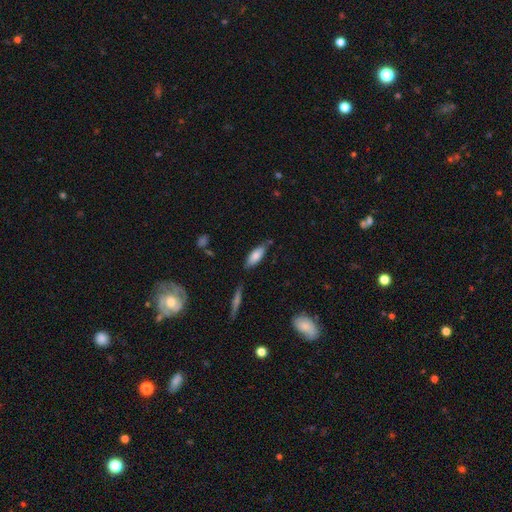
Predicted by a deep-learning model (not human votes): smooth 78%, featured or disk 15%, star or artifact 7%. Down the decision tree: how rounded — in between (72%); merging — none (72%).